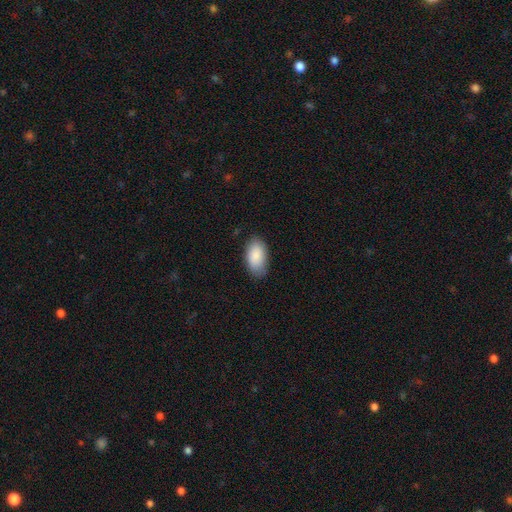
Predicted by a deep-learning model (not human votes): Q: Smooth or featured?
A: smooth (87%); runner-up: featured or disk (7%)
Q: How rounded?
A: in between (95%); runner-up: round (3%)
Q: Merging?
A: none (81%); runner-up: minor disturbance (15%)